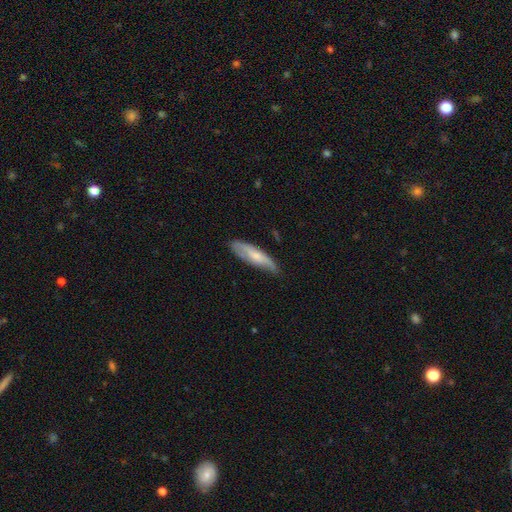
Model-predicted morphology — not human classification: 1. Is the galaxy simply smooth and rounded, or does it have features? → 53% smooth, 41% featured or disk, 6% star or artifact.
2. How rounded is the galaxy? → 67% cigar-shaped, 31% in between, 2% round.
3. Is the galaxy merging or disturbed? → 72% none, 22% minor disturbance, 5% major disturbance, 2% merger.